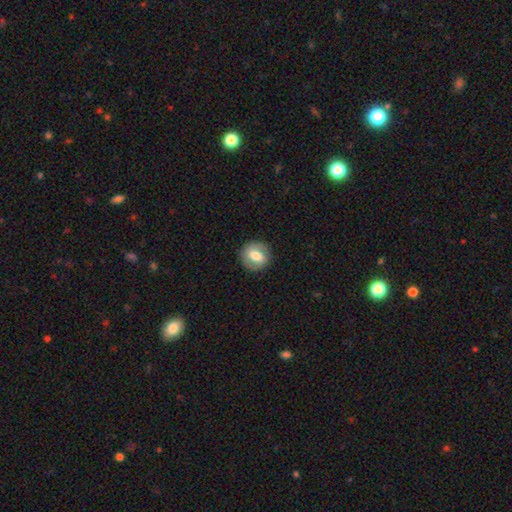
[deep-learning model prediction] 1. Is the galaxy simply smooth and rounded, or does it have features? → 56% smooth, 37% featured or disk, 7% star or artifact.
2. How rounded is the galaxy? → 81% round, 17% in between, 1% cigar-shaped.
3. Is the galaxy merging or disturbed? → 86% none, 10% minor disturbance, 3% major disturbance, 1% merger.